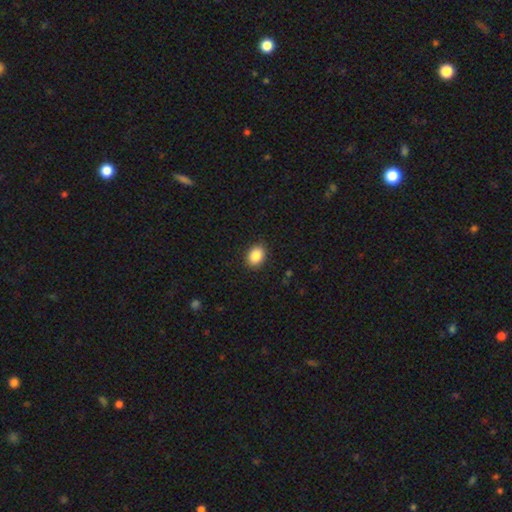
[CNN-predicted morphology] smooth_or_featured: smooth (p=0.87) [alt: star or artifact p=0.08]
how_rounded: in between (p=0.69) [alt: round p=0.30]
merging: none (p=0.90) [alt: minor disturbance p=0.07]